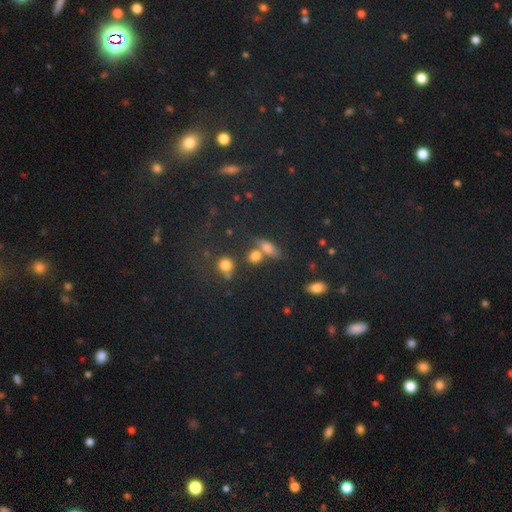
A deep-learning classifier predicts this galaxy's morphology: This is likely a smooth galaxy (72%). How rounded: possibly in between (52%). Merging: possibly none (51%).